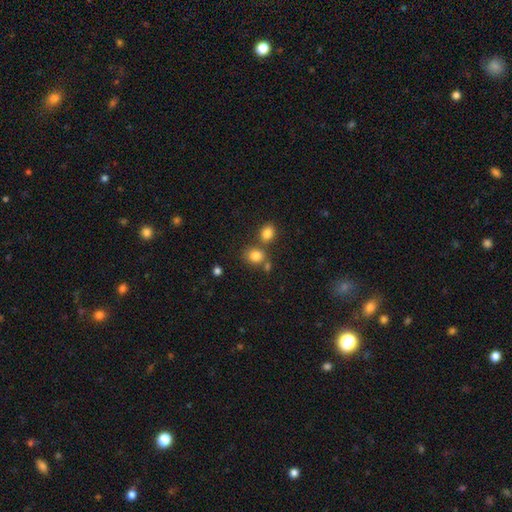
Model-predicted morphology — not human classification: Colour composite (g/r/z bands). It shows a smooth galaxy with no disk features (82%) that is round (63%). Merging: none (59%).